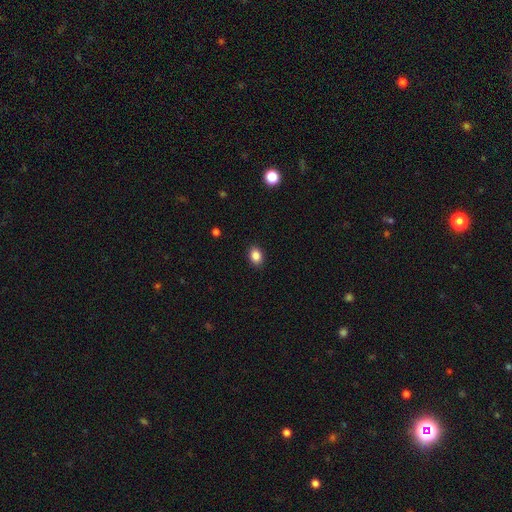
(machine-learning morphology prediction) A smooth galaxy with no disk features (86%) that is in between round and cigar-shaped (71%).

Vote fractions:
- Smooth or featured? smooth: 86% / star or artifact: 9% / featured or disk: 4%
- How rounded? in between: 71% / round: 28% / cigar-shaped: 1%
- Merging? none: 89% / minor disturbance: 8% / major disturbance: 2% / merger: 1%